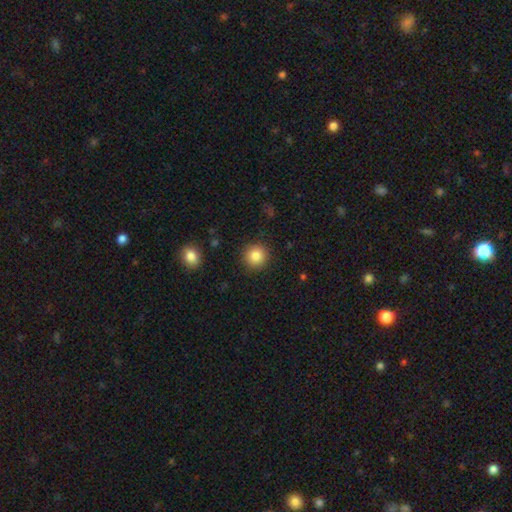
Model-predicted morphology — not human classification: A smooth galaxy with no disk features (85%) that is round (94%).

Vote fractions:
- Smooth or featured? smooth: 85% / star or artifact: 9% / featured or disk: 6%
- How rounded? round: 94% / in between: 5% / cigar-shaped: 1%
- Merging? none: 91% / minor disturbance: 6% / major disturbance: 2% / merger: 1%